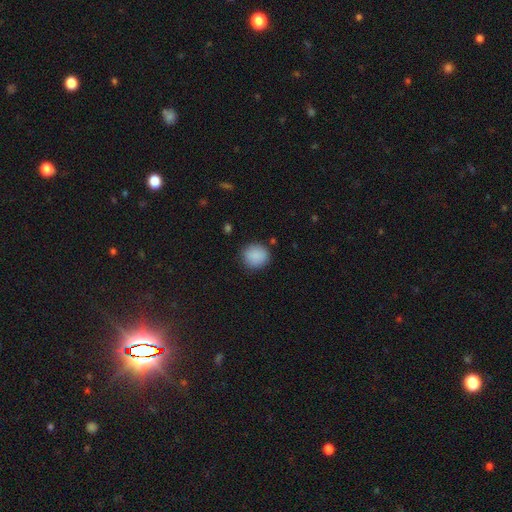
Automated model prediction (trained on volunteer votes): A smooth galaxy with no disk features (89%) that is round (85%).

Vote fractions:
- Smooth or featured? smooth: 89% / star or artifact: 8% / featured or disk: 4%
- How rounded? round: 85% / in between: 14% / cigar-shaped: 1%
- Merging? none: 85% / minor disturbance: 10% / major disturbance: 3% / merger: 2%